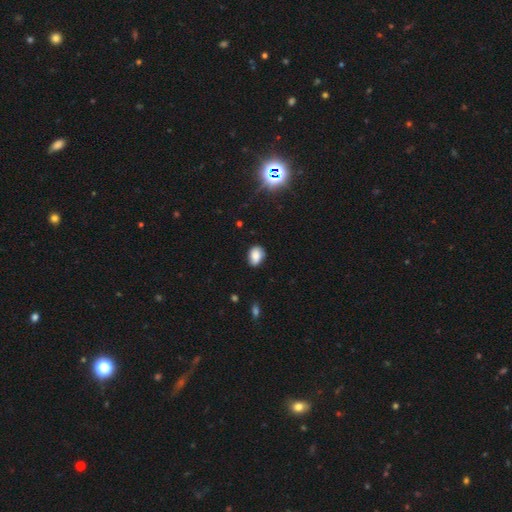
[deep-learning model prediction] A smooth galaxy with no disk features (81%) that is in between round and cigar-shaped (72%).

Vote fractions:
- Smooth or featured? smooth: 81% / star or artifact: 11% / featured or disk: 9%
- How rounded? in between: 72% / round: 27% / cigar-shaped: 1%
- Merging? none: 73% / minor disturbance: 22% / major disturbance: 4% / merger: 2%